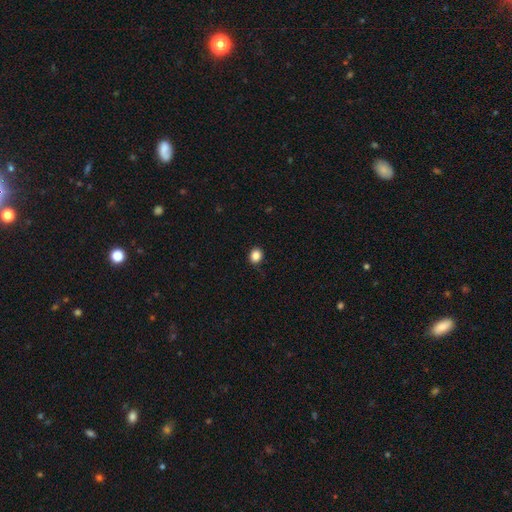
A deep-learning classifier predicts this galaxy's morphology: This is clearly a smooth galaxy (86%). How rounded: likely round (73%). Merging: clearly none (86%).